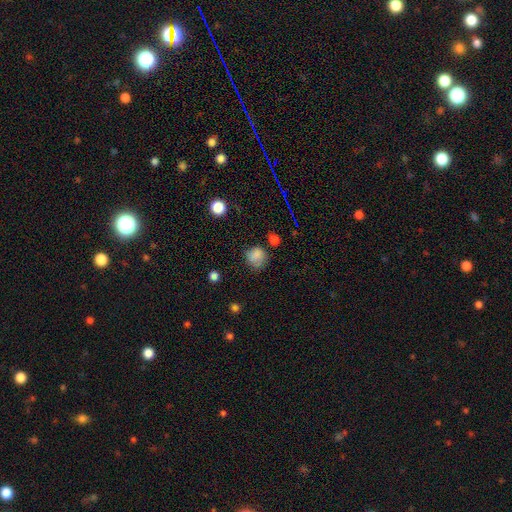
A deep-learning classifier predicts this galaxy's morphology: Smooth or featured? smooth (79%)
How rounded? round (76%)
Merging? none (60%)